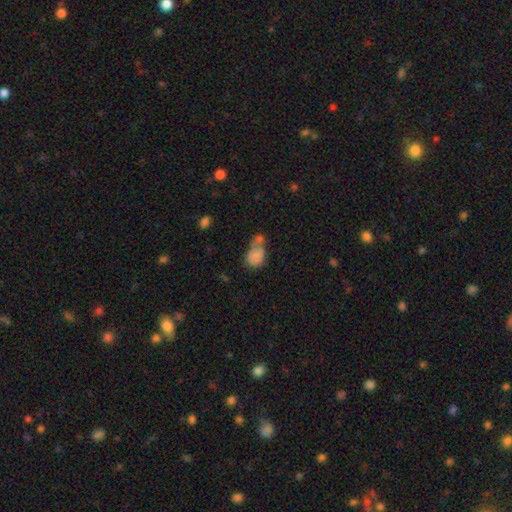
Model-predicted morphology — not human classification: Overall: smooth (72%). How rounded: in between (70%). Merging: merger (45%; none 24%).